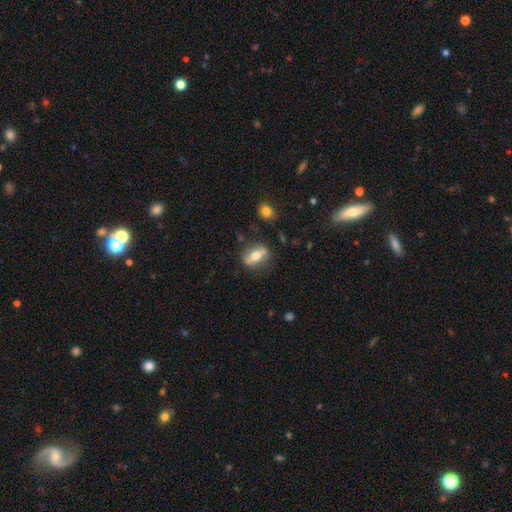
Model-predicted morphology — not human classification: Smooth or featured: smooth — 47% (featured or disk — 46%)
Merging: none — 79% (minor disturbance — 14%)